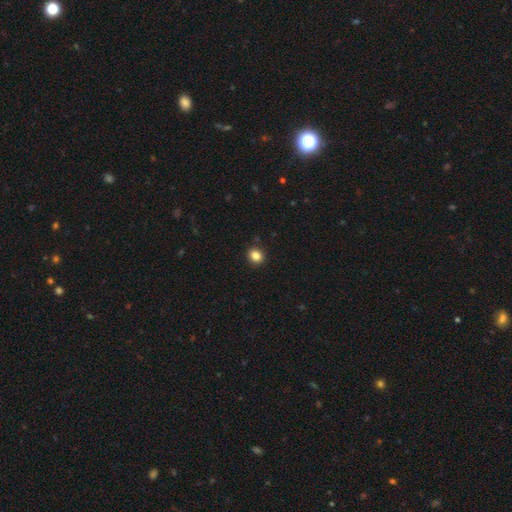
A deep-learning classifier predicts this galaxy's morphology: smooth_or_featured: smooth (p=0.84) [alt: star or artifact p=0.11]
how_rounded: round (p=0.73) [alt: in between p=0.27]
merging: none (p=0.90) [alt: minor disturbance p=0.07]